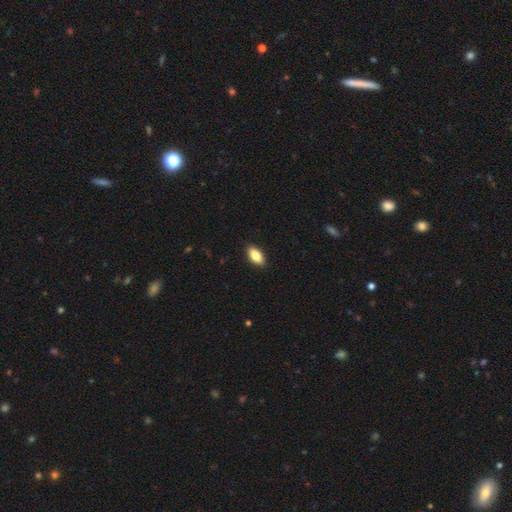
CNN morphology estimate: type=smooth (84%); roundness=in between (90%); merging=none (90%).